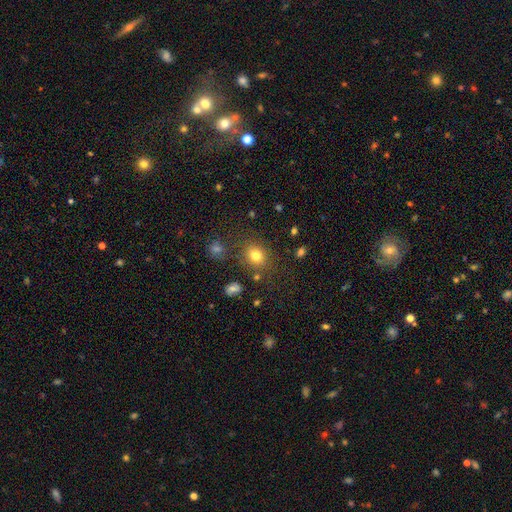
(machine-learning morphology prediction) Smooth or featured? smooth (77%)
How rounded? round (63%)
Merging? none (79%)